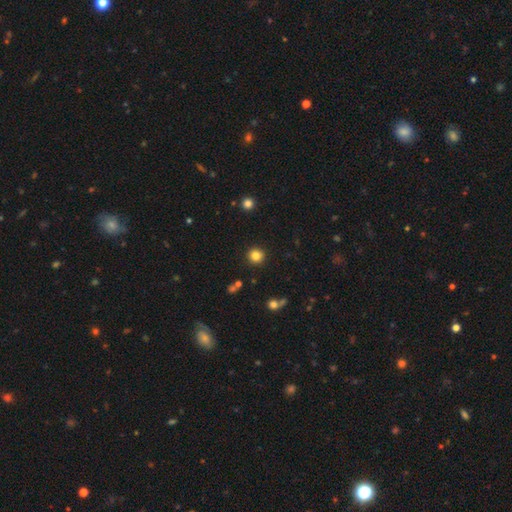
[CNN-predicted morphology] This is clearly a smooth galaxy (83%). How rounded: clearly round (93%). Merging: clearly none (91%).